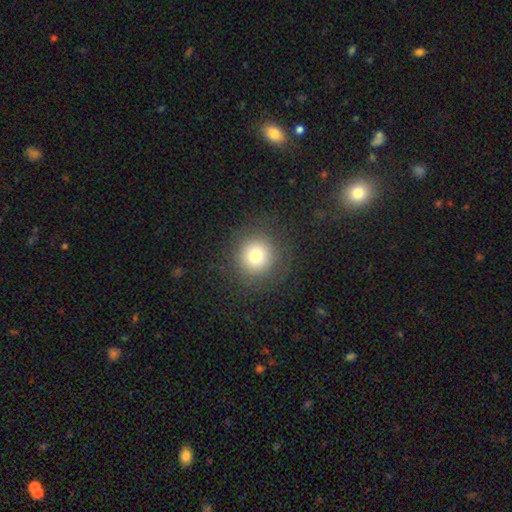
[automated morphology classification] smooth_or_featured: smooth (p=0.78) [alt: star or artifact p=0.13]
how_rounded: round (p=0.94) [alt: in between p=0.05]
merging: none (p=0.87) [alt: minor disturbance p=0.08]